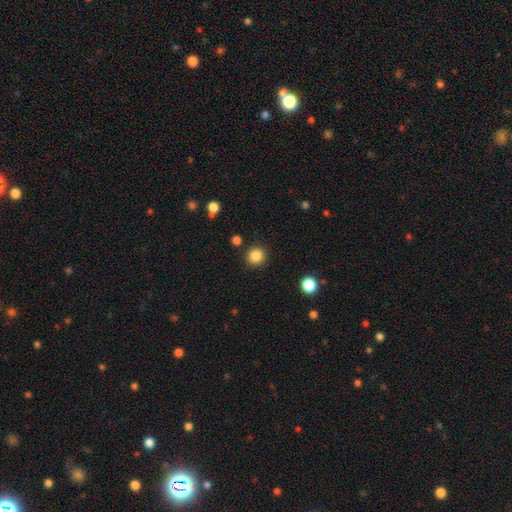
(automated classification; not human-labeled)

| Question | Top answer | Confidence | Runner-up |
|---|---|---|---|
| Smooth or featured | smooth | 85% | star or artifact (11%) |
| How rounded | round | 93% | in between (6%) |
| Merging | none | 90% | minor disturbance (6%) |